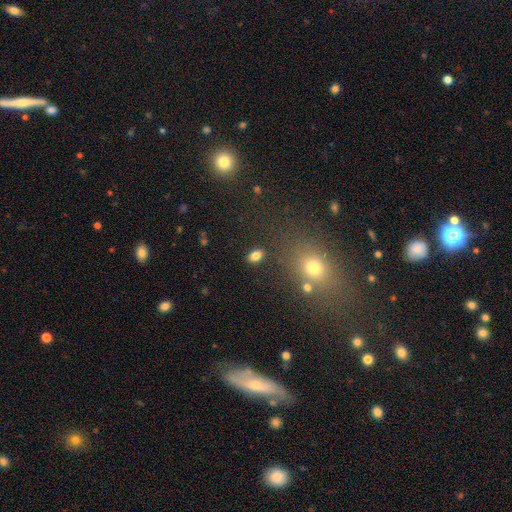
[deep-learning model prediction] A smooth galaxy with no disk features (81%) that is in between round and cigar-shaped (83%).

Vote fractions:
- Smooth or featured? smooth: 81% / star or artifact: 12% / featured or disk: 7%
- How rounded? in between: 83% / round: 15% / cigar-shaped: 2%
- Merging? none: 84% / minor disturbance: 10% / merger: 4% / major disturbance: 3%